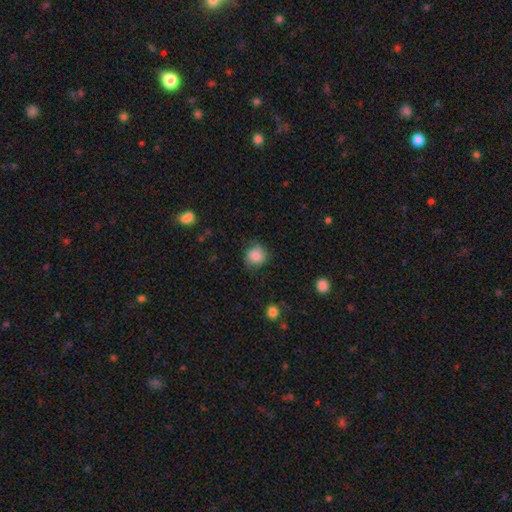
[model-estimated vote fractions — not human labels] A smooth galaxy with no disk features (83%) that is round (83%). Merging: none (68%).